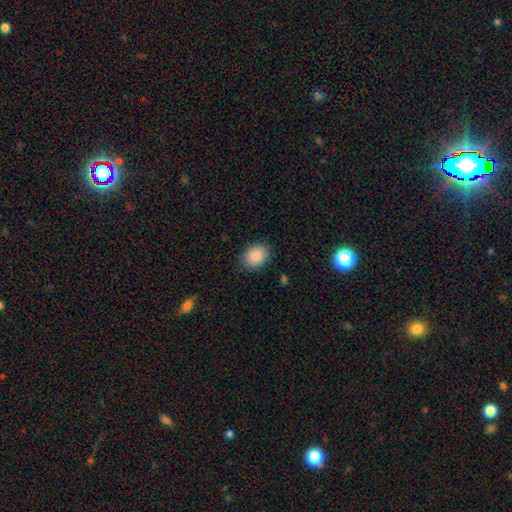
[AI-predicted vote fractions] Smooth or featured? smooth (88%)
How rounded? in between (59%)
Merging? none (87%)